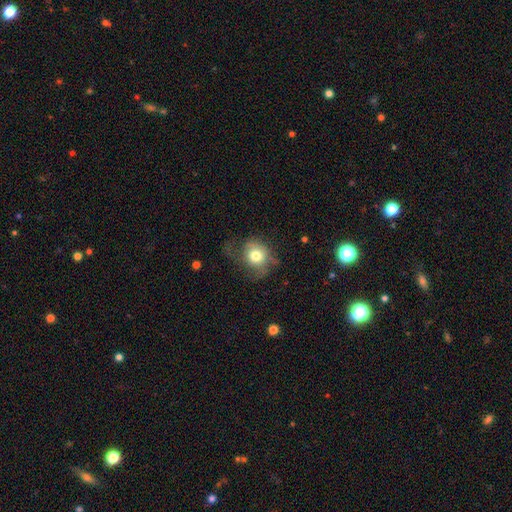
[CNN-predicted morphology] smooth_or_featured: smooth (p=0.71) [alt: featured or disk p=0.19]
how_rounded: round (p=0.76) [alt: in between p=0.23]
merging: none (p=0.42) [alt: minor disturbance p=0.28]